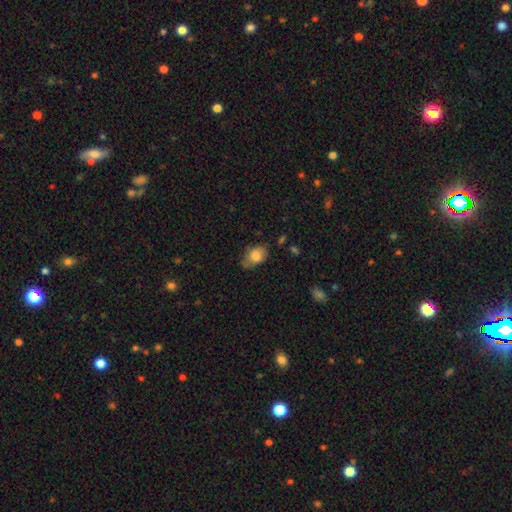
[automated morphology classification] Overall: smooth (81%). How rounded: in between (80%). Merging: none (54%; minor disturbance 33%).